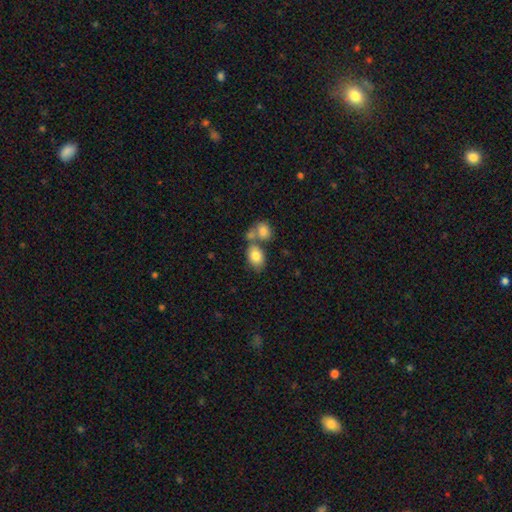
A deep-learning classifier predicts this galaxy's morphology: smooth-or-featured: smooth: 81% | featured or disk: 11% | star or artifact: 8%
  how-rounded: in between: 82% | round: 17% | cigar-shaped: 1%
  merging: none: 45% | merger: 39% | minor disturbance: 11% | major disturbance: 4%